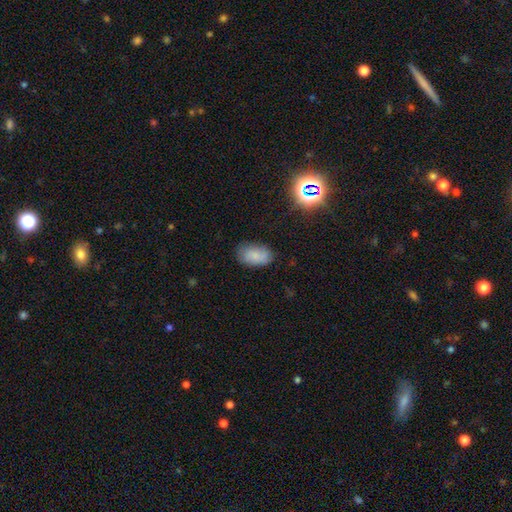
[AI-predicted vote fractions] Q: Smooth or featured?
A: smooth (77%); runner-up: featured or disk (13%)
Q: How rounded?
A: in between (91%); runner-up: round (8%)
Q: Merging?
A: none (77%); runner-up: minor disturbance (18%)